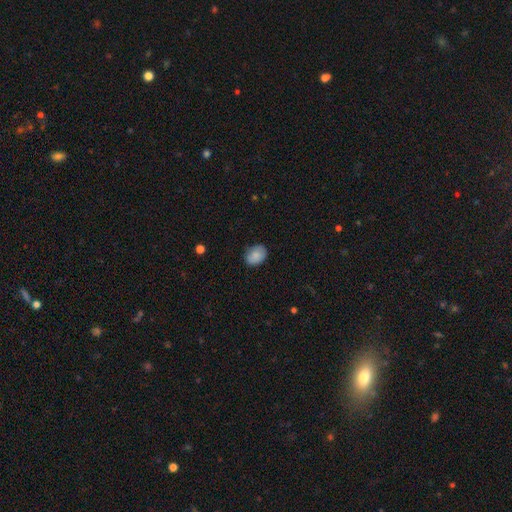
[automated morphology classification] Smooth or featured: smooth — 84% (featured or disk — 8%)
How rounded: in between — 67% (round — 32%)
Merging: none — 79% (minor disturbance — 17%)